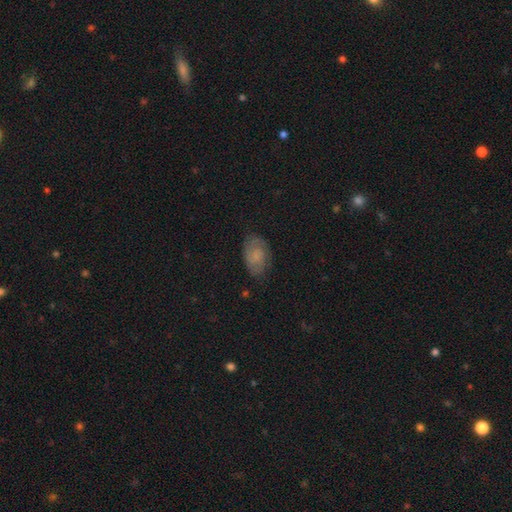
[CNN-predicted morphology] featured or disk 47%, smooth 43%, star or artifact 9%. Down the decision tree: merging — none (74%).